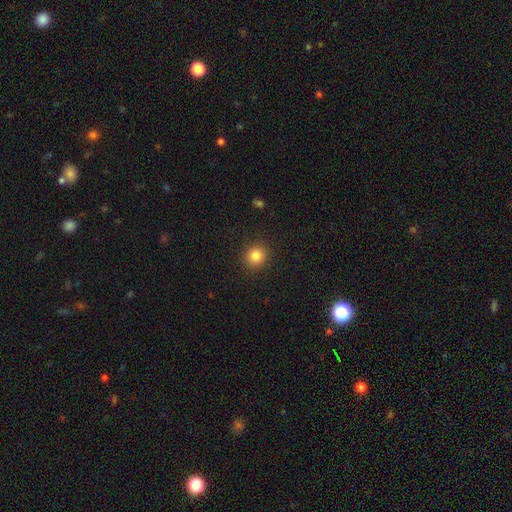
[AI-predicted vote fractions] Morphology: type=smooth (84%); roundness=round (89%); merging=none (91%).